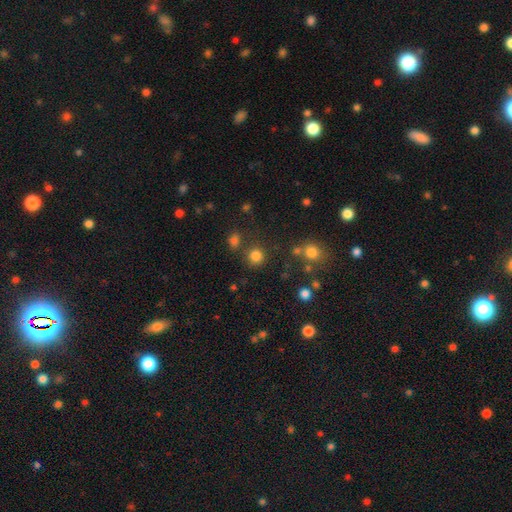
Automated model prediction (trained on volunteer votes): Smooth or featured? Predicted: smooth (p=0.81). How rounded? Predicted: round (p=0.91). Merging? Predicted: none (p=0.80).